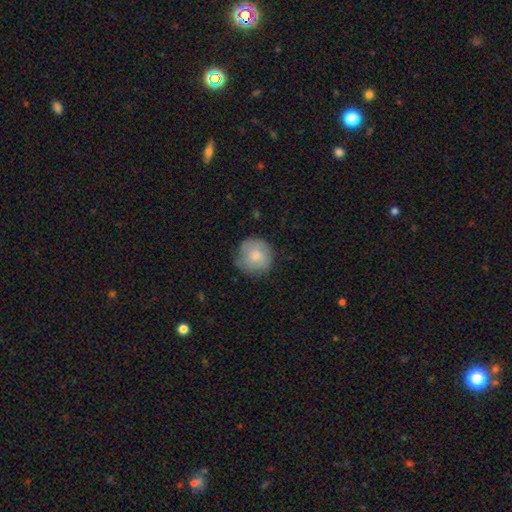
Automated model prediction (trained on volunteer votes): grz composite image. It shows a smooth galaxy with no disk features (76%) that is round (93%). Merging: none (72%).